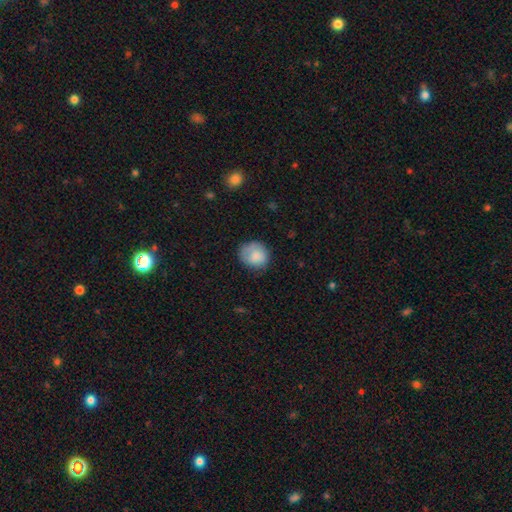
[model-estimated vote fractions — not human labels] This is clearly a smooth galaxy (80%). How rounded: likely round (75%). Merging: likely none (63%).